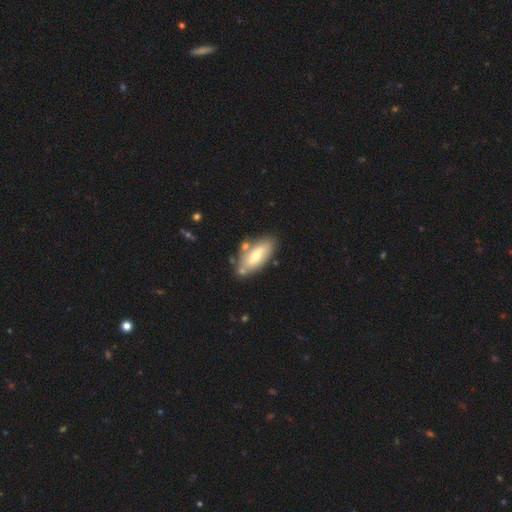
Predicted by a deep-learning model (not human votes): Overall: smooth (58%; featured or disk 36%). How rounded: in between (79%). Merging: none (72%).